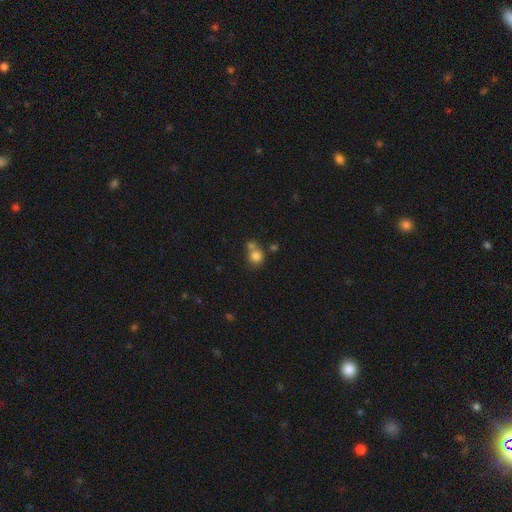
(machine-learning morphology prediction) A smooth galaxy with no disk features (80%) that is round (85%).

Vote fractions:
- Smooth or featured? smooth: 80% / star or artifact: 11% / featured or disk: 9%
- How rounded? round: 85% / in between: 14% / cigar-shaped: 1%
- Merging? none: 50% / merger: 37% / minor disturbance: 9% / major disturbance: 4%